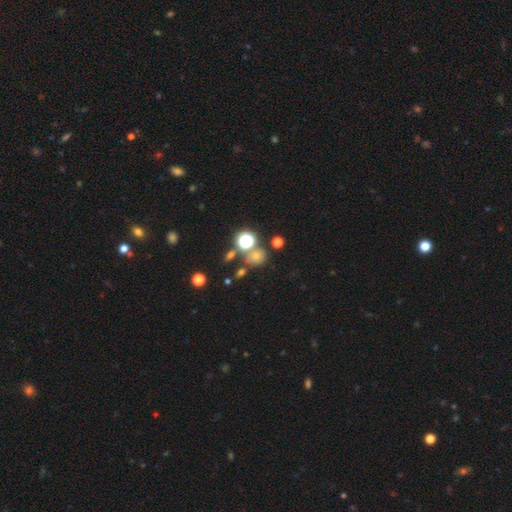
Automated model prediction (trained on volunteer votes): smooth_or_featured: smooth (p=0.56) [alt: star or artifact p=0.31]
how_rounded: round (p=0.76) [alt: in between p=0.23]
merging: none (p=0.63) [alt: merger p=0.20]